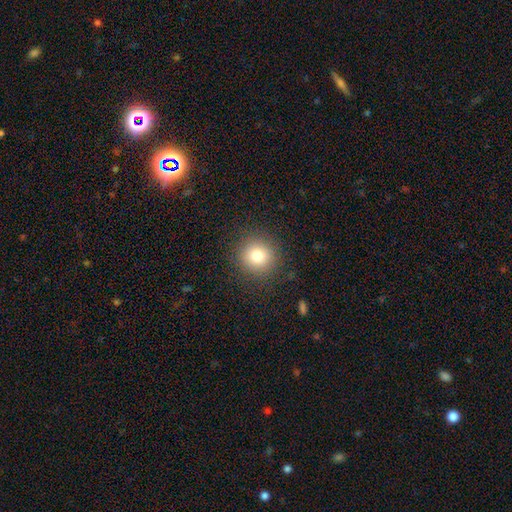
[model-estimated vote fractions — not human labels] Smooth or featured?
  - smooth: 81% *
  - star or artifact: 11%
  - featured or disk: 8%
How rounded?
  - round: 92% *
  - in between: 7%
  - cigar-shaped: 1%
Merging?
  - none: 89% *
  - minor disturbance: 7%
  - major disturbance: 3%
  - merger: 1%